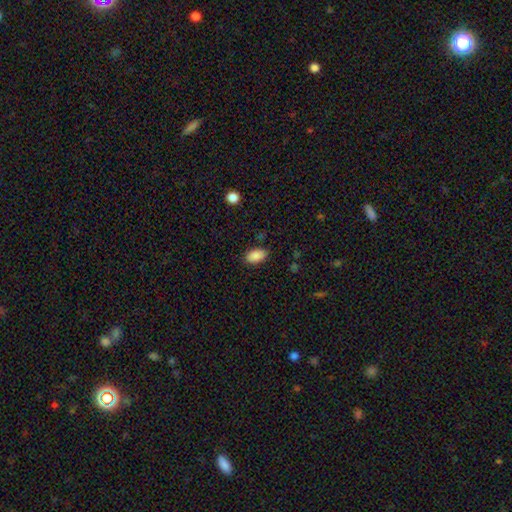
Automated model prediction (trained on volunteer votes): This is clearly a smooth galaxy (88%). How rounded: clearly in between (93%). Merging: clearly none (85%).